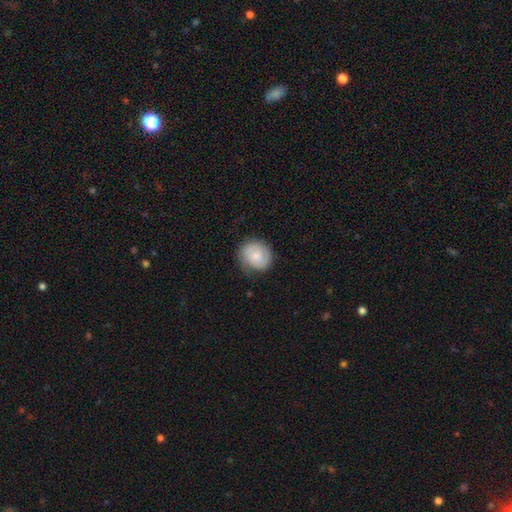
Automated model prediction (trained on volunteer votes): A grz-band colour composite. It shows a smooth galaxy with no disk features (68%) that is round (73%). Merging: none (69%).